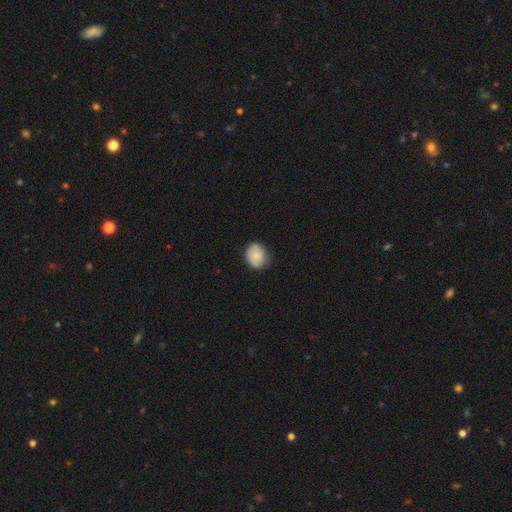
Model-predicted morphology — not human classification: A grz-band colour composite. It shows a smooth galaxy with no disk features (73%) that is round (58%). Merging: none (74%).